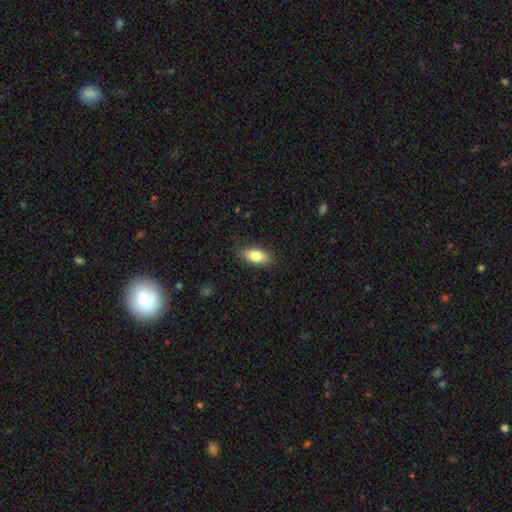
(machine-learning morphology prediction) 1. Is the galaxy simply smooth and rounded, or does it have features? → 82% smooth, 11% featured or disk, 7% star or artifact.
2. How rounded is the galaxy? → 88% in between, 8% cigar-shaped, 4% round.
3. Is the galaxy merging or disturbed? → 84% none, 12% minor disturbance, 3% major disturbance, 1% merger.